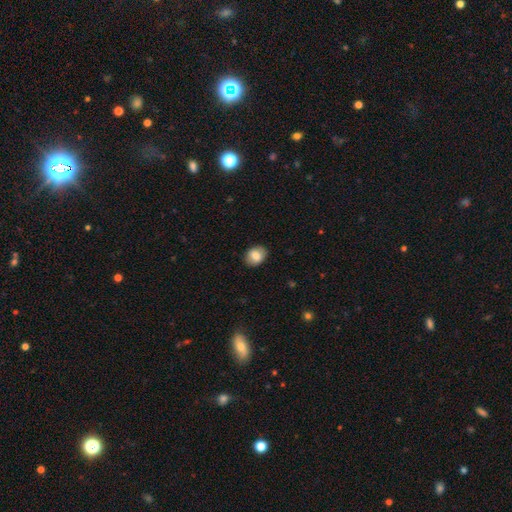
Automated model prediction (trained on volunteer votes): Smooth or featured? smooth (83%)
How rounded? in between (62%)
Merging? none (86%)